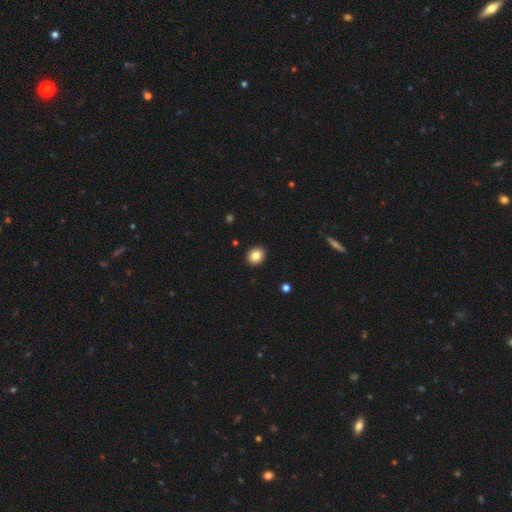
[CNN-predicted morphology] Smooth or featured: smooth — 84% (star or artifact — 9%)
How rounded: round — 74% (in between — 25%)
Merging: none — 92% (minor disturbance — 5%)